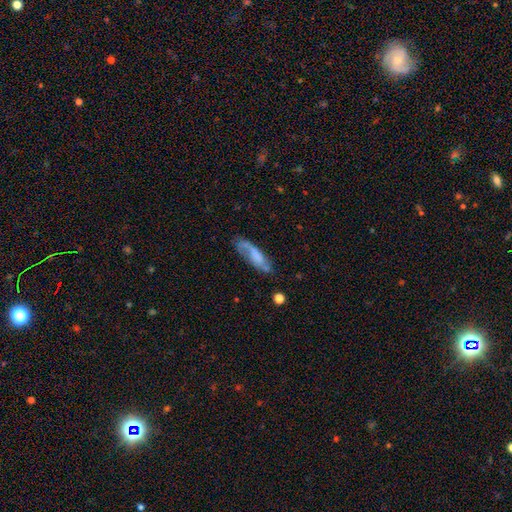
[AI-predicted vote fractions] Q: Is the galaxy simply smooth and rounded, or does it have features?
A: smooth — 47%.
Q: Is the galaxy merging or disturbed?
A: none — 53%.